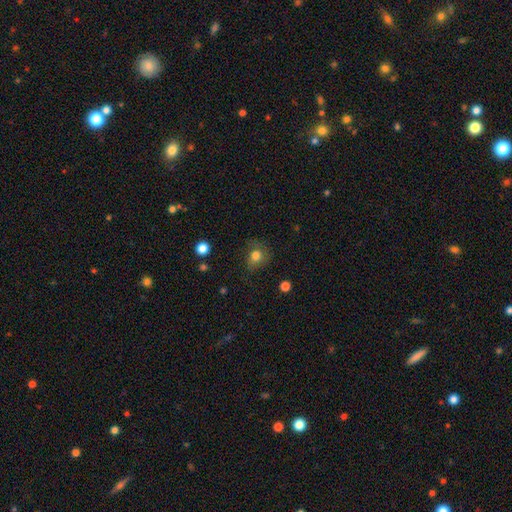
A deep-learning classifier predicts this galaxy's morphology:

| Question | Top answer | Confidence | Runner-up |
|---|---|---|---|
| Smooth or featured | smooth | 78% | star or artifact (12%) |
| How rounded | round | 72% | in between (27%) |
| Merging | none | 65% | minor disturbance (23%) |